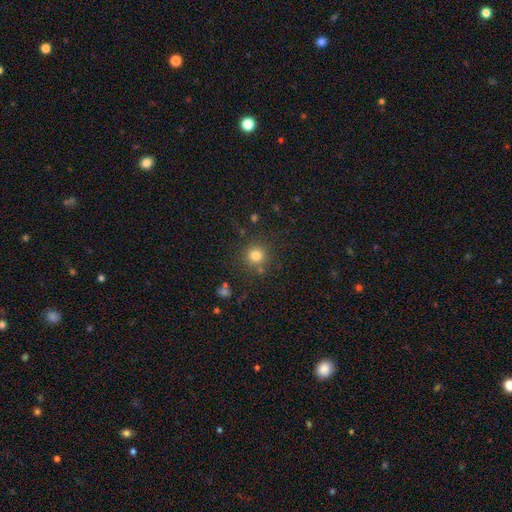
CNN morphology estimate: smooth_or_featured: smooth (p=0.79) [alt: star or artifact p=0.14]
how_rounded: round (p=0.94) [alt: in between p=0.05]
merging: none (p=0.83) [alt: minor disturbance p=0.08]